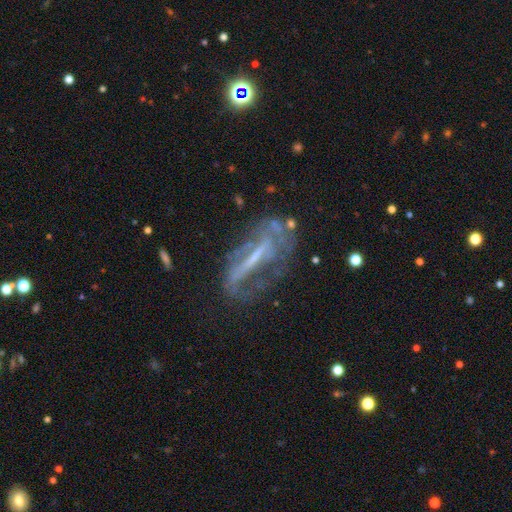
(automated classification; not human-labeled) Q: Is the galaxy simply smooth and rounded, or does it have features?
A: featured or disk — 70%.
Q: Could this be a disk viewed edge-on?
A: no — 73%.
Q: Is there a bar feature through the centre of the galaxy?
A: strong — 52%.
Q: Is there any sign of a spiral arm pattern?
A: yes — 58%.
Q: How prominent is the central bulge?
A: small — 41%.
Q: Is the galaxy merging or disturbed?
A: none — 49%.